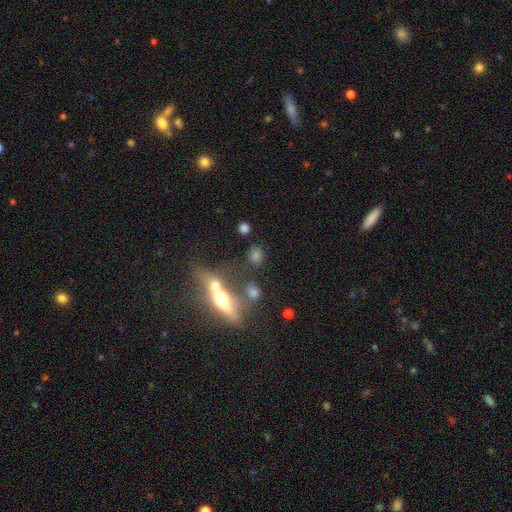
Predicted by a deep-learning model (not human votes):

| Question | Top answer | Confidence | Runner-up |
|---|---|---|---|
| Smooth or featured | smooth | 56% | featured or disk (28%) |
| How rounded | round | 42% | in between (40%) |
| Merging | none | 53% | merger (27%) |